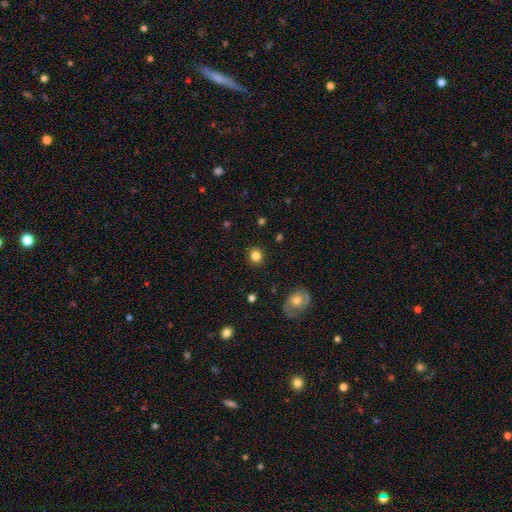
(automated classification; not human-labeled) Overall: smooth (83%). How rounded: round (83%). Merging: none (90%).